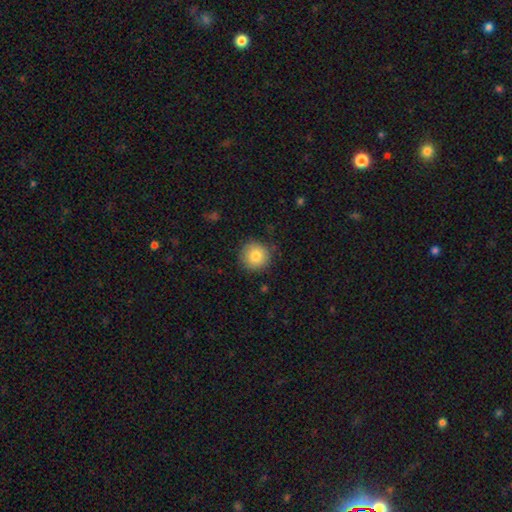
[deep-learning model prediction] This is clearly a smooth galaxy (83%). How rounded: clearly round (95%). Merging: clearly none (86%).